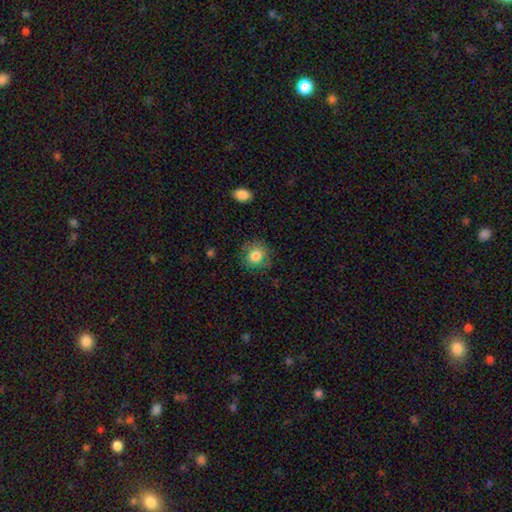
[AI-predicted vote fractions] A smooth galaxy with no disk features (82%) that is round (89%). Merging: none (83%).